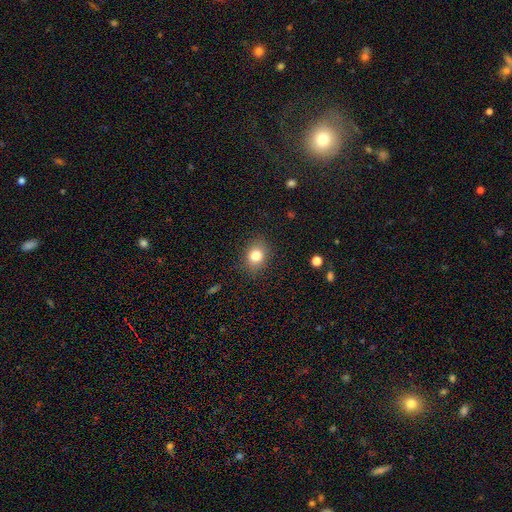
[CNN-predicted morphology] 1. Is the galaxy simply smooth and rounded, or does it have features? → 81% smooth, 11% star or artifact, 8% featured or disk.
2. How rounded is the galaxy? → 50% in between, 49% round, 1% cigar-shaped.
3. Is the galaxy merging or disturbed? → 85% none, 11% minor disturbance, 3% major disturbance, 1% merger.